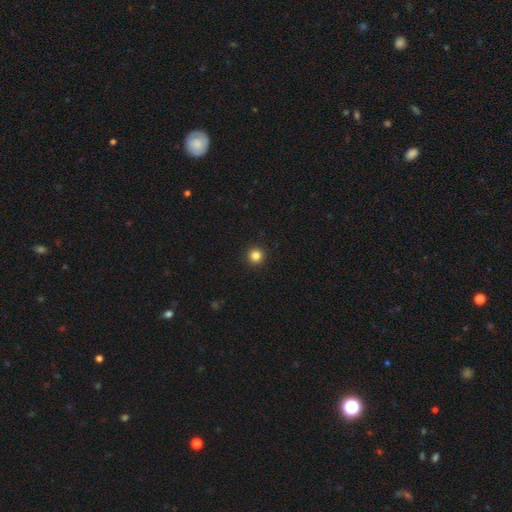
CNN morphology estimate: Smooth or featured?
  - smooth: 84% *
  - star or artifact: 12%
  - featured or disk: 4%
How rounded?
  - round: 96% *
  - in between: 3%
  - cigar-shaped: 1%
Merging?
  - none: 94% *
  - minor disturbance: 4%
  - major disturbance: 1%
  - merger: 1%